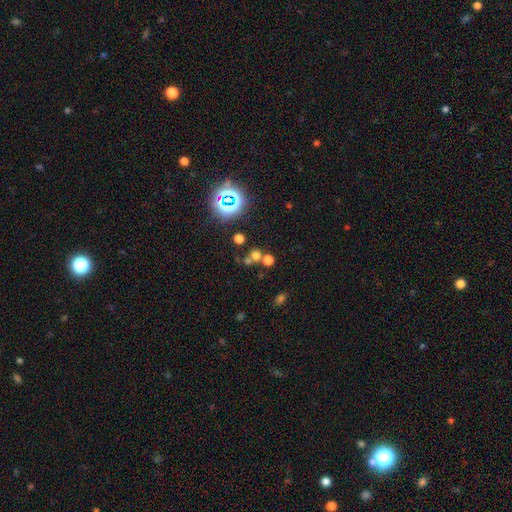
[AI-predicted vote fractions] This appears to be a smooth galaxy with no disk features (52%) that is round (86%). Merging: none (56%).